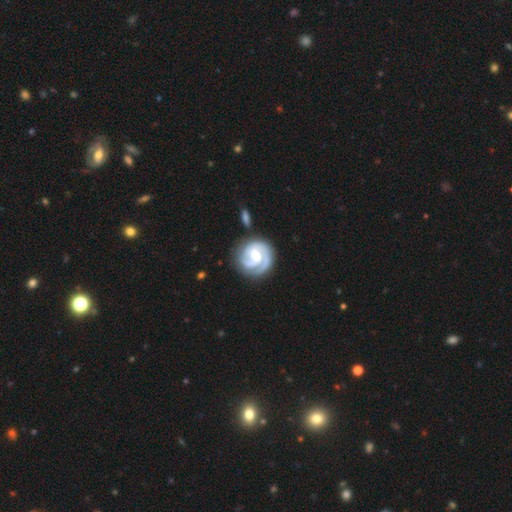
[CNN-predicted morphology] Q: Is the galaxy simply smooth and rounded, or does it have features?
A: featured or disk — 89%.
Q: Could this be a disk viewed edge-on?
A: no — 98%.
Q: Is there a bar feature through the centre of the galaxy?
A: no — 45%.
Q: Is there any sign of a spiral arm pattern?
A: yes — 98%.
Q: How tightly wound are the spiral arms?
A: tight — 65%.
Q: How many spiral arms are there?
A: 2 — 49%.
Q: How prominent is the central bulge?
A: moderate — 67%.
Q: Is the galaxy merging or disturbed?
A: none — 74%.